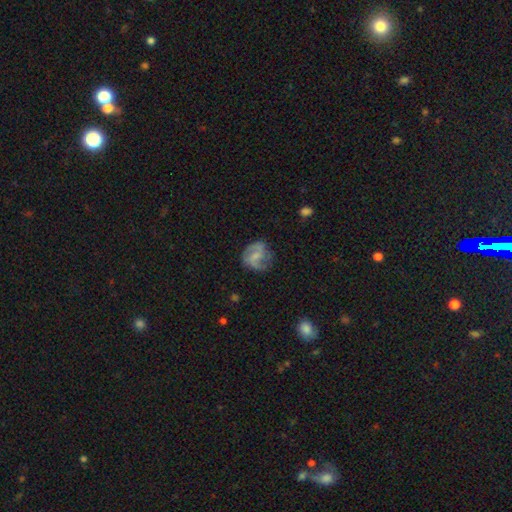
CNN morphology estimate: The model was most divided on "spiral winding": medium: 47%, loose: 35%, tight: 18%. Remaining: edge-on disk — no (98%); spiral arms — yes (86%); spiral arm count — 2 (76%); merging — none (65%); smooth or featured — featured or disk (63%); bar — weak (50%); bulge size — small (48%).